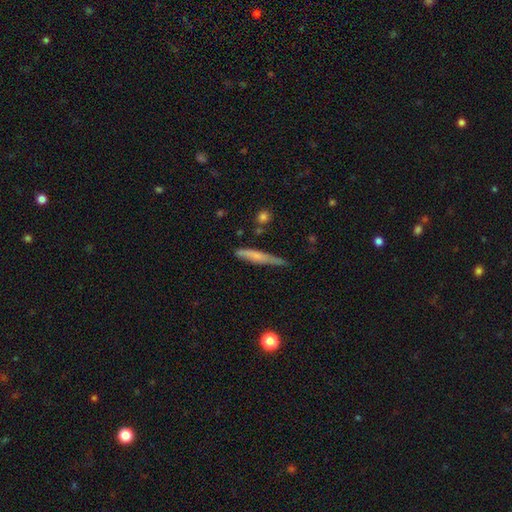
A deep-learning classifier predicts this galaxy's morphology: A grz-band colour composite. It shows a smooth galaxy with no disk features (58%) that is cigar-shaped (91%). Merging: none (66%).